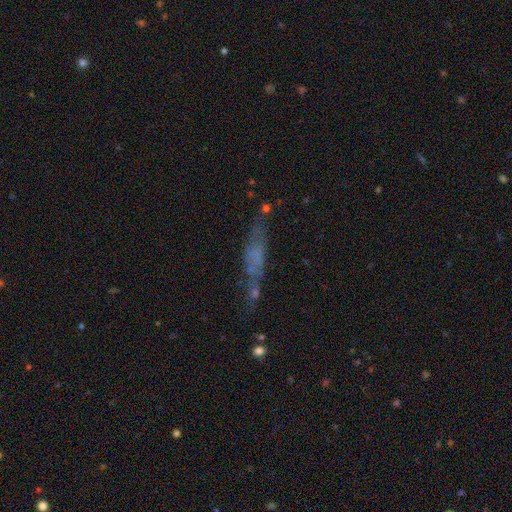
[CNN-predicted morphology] A featured or disk galaxy (43%). Merging: none (53%).